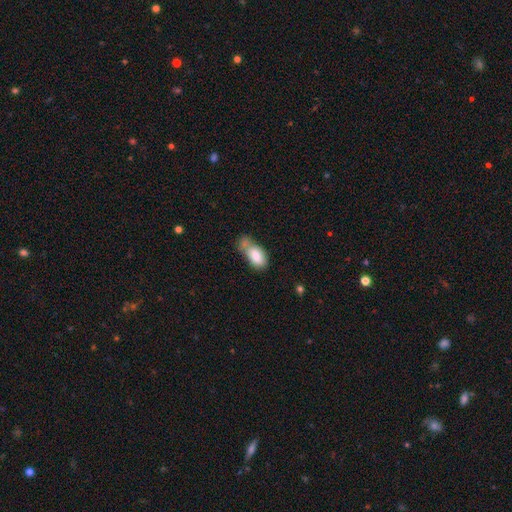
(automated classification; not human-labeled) smooth 81%, featured or disk 12%, star or artifact 7%. Down the decision tree: how rounded — in between (91%); merging — merger (39%).